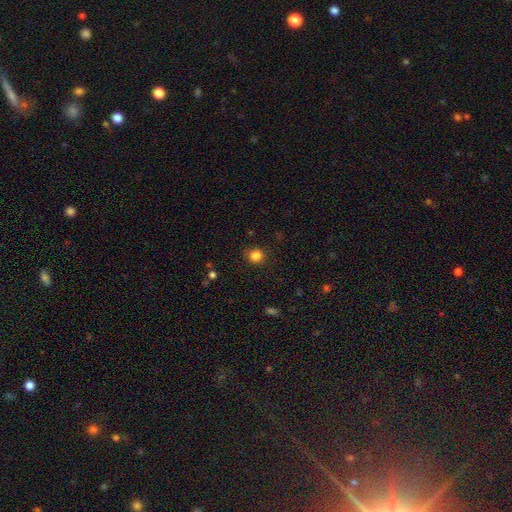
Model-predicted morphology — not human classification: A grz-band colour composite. It shows a smooth galaxy with no disk features (83%) that is round (80%). Merging: none (80%).